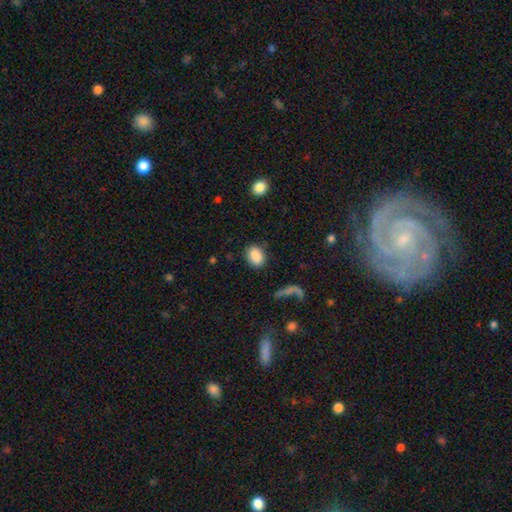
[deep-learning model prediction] A smooth galaxy with no disk features (86%) that is in between round and cigar-shaped (66%).

Vote fractions:
- Smooth or featured? smooth: 86% / star or artifact: 8% / featured or disk: 6%
- How rounded? in between: 66% / round: 33% / cigar-shaped: 2%
- Merging? none: 83% / minor disturbance: 10% / major disturbance: 4% / merger: 3%